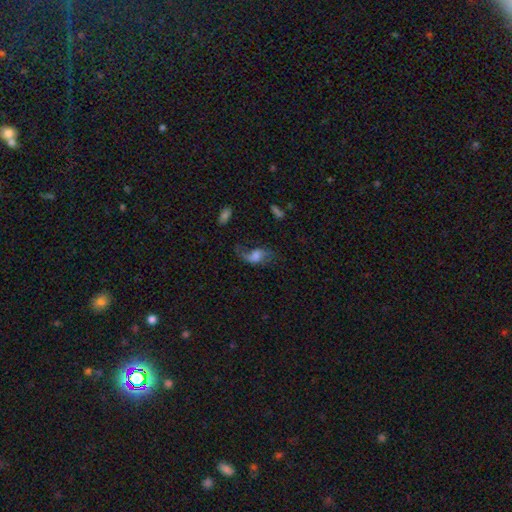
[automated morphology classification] A featured or disk galaxy (56%) with no bar (54%), spiral arms (83%) and a moderate central bulge (34%).

Vote fractions:
- Smooth or featured? featured or disk: 56% / smooth: 34% / star or artifact: 10%
- Edge-on disk? no: 95% / yes: 5%
- Bar? no: 54% / weak: 36% / strong: 10%
- Spiral arms? yes: 83% / no: 17%
- Bulge size? moderate: 34% / small: 24% / large: 22% / none: 16% / dominant: 4%
- Merging? none: 45% / major disturbance: 29% / minor disturbance: 22% / merger: 4%